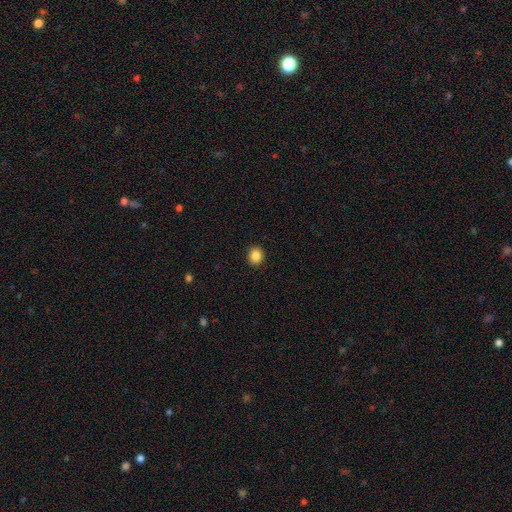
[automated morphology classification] smooth_or_featured: smooth (p=0.87) [alt: star or artifact p=0.10]
how_rounded: round (p=0.66) [alt: in between p=0.33]
merging: none (p=0.92) [alt: minor disturbance p=0.06]